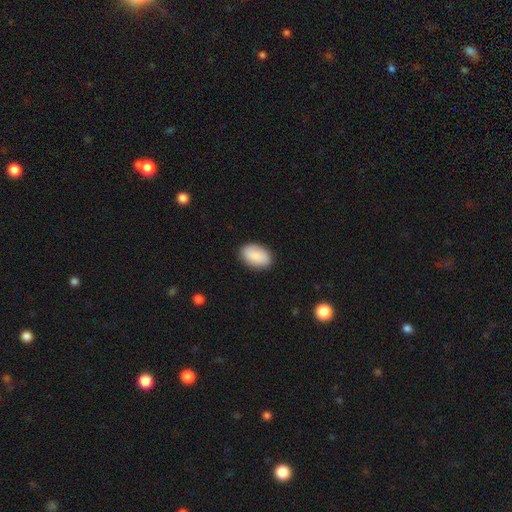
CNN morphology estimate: smooth-or-featured: smooth: 88% | star or artifact: 6% | featured or disk: 6%
  how-rounded: in between: 91% | round: 8% | cigar-shaped: 1%
  merging: none: 88% | minor disturbance: 9% | major disturbance: 2% | merger: 1%